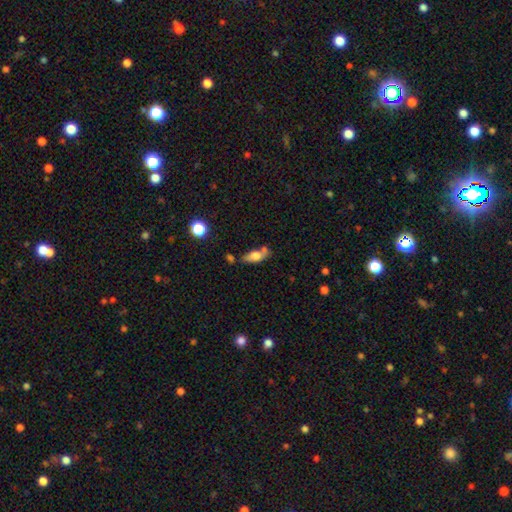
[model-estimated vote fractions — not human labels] This is likely a smooth galaxy (68%). How rounded: likely in between (74%). Merging: possibly none (53%).